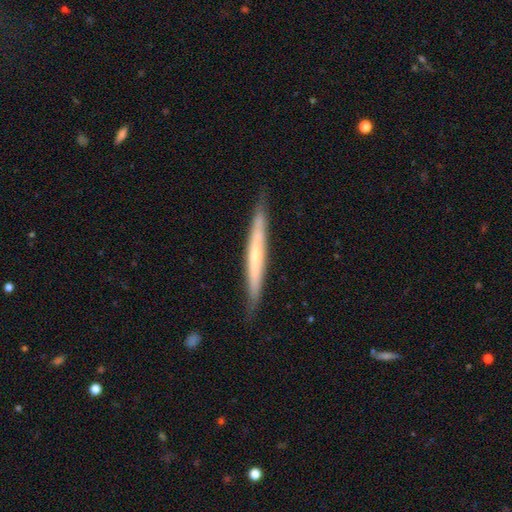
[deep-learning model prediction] Smooth or featured: featured or disk — 56% (smooth — 39%)
Edge-on disk: yes — 93% (no — 7%)
Edge-on bulge: none — 60% (rounded — 34%)
Merging: none — 86% (minor disturbance — 11%)